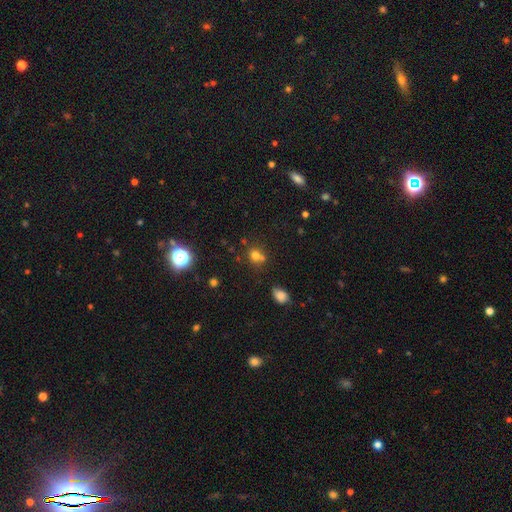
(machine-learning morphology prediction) A smooth galaxy with no disk features (71%) that is round (75%).

Vote fractions:
- Smooth or featured? smooth: 71% / star or artifact: 19% / featured or disk: 10%
- How rounded? round: 75% / in between: 24% / cigar-shaped: 1%
- Merging? none: 53% / merger: 30% / minor disturbance: 13% / major disturbance: 5%